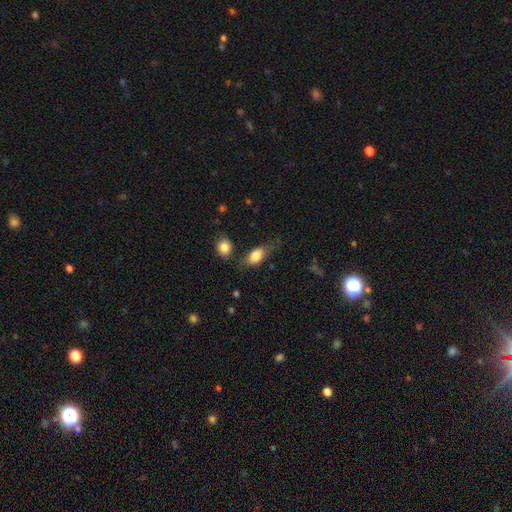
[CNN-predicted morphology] smooth-or-featured: smooth: 78% | featured or disk: 14% | star or artifact: 7%
  how-rounded: in between: 82% | round: 11% | cigar-shaped: 7%
  merging: none: 58% | minor disturbance: 25% | major disturbance: 10% | merger: 7%